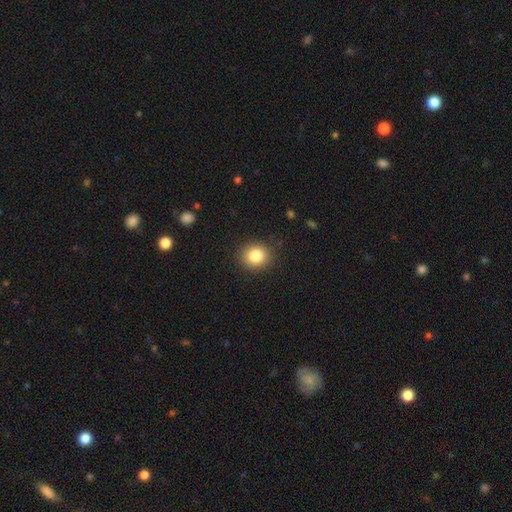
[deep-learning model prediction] Q: Smooth or featured?
A: smooth (85%); runner-up: star or artifact (10%)
Q: How rounded?
A: round (77%); runner-up: in between (22%)
Q: Merging?
A: none (89%); runner-up: minor disturbance (8%)